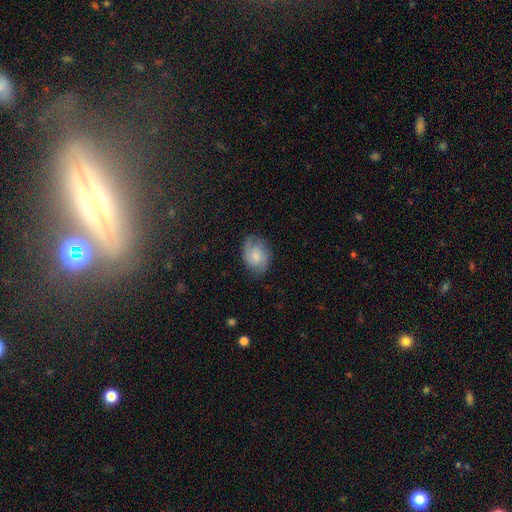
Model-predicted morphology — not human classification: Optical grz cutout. It shows a smooth galaxy with no disk features (50%) that is in between round and cigar-shaped (68%). Merging: none (72%).